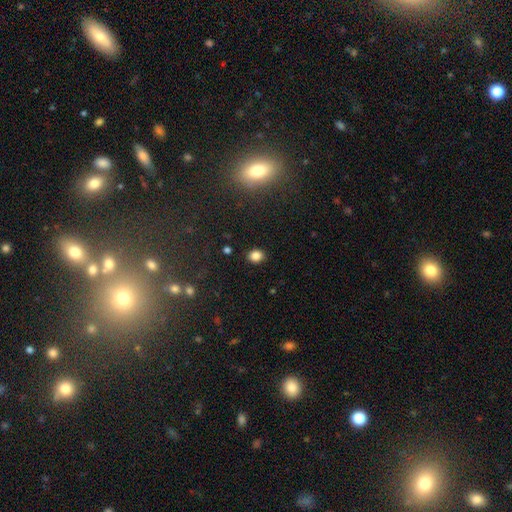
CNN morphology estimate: This is clearly a smooth galaxy (82%). How rounded: possibly round (52%). Merging: clearly none (88%).